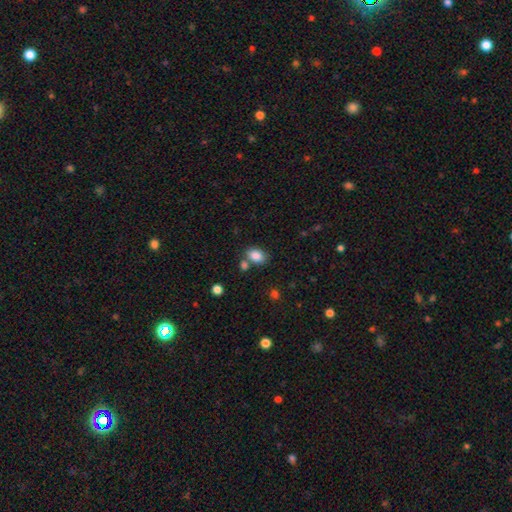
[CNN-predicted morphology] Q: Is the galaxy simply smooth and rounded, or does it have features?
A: smooth — 85%.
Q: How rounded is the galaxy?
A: in between — 78%.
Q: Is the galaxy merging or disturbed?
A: none — 67%.